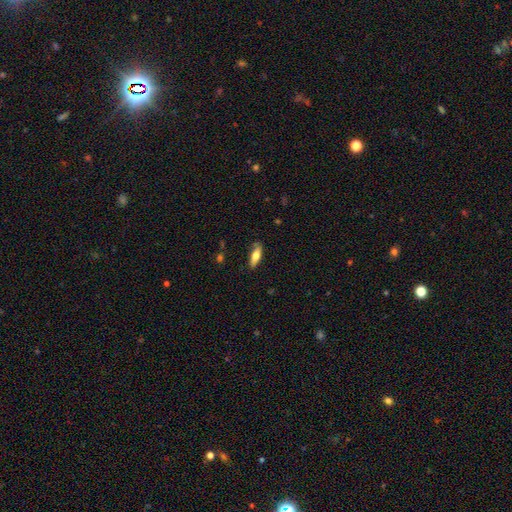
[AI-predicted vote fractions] This is likely a smooth galaxy (66%). How rounded: possibly in between (56%). Merging: likely none (79%).